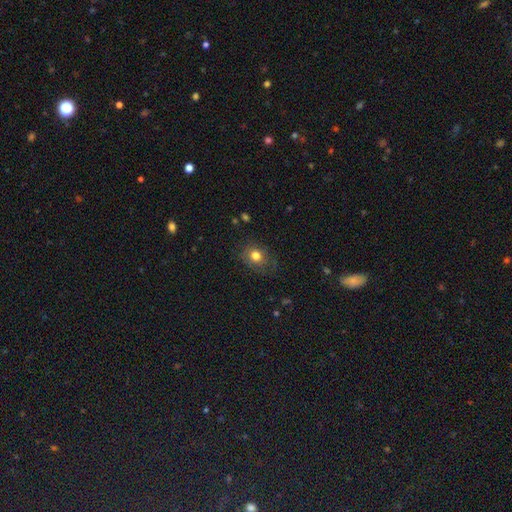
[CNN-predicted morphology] smooth_or_featured: smooth (p=0.76) [alt: featured or disk p=0.12]
how_rounded: round (p=0.60) [alt: in between p=0.39]
merging: none (p=0.74) [alt: minor disturbance p=0.18]